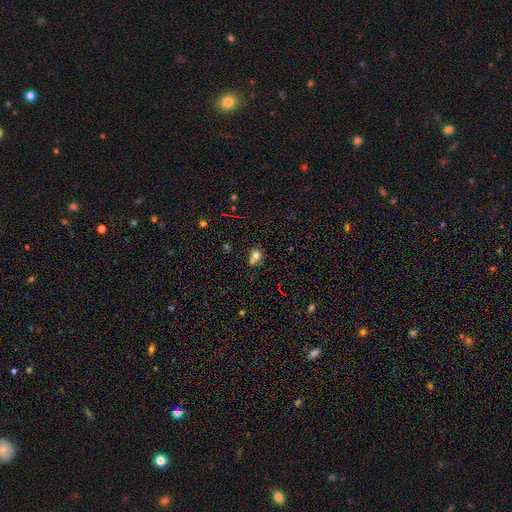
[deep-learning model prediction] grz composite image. It shows a smooth galaxy with no disk features (71%) that is round (73%). Merging: none (47%).